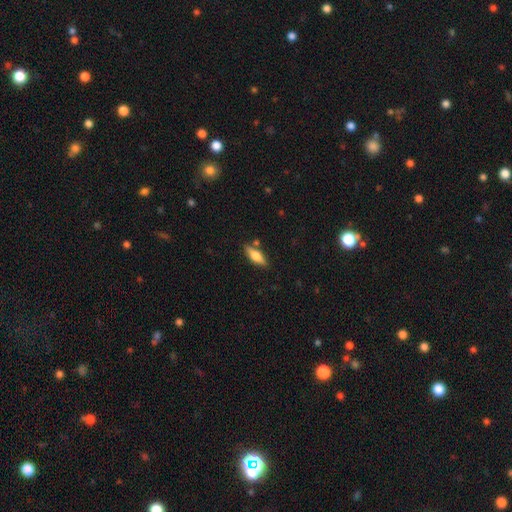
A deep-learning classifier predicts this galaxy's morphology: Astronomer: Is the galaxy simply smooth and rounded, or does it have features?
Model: smooth — 58% (runner-up: featured or disk, 36%).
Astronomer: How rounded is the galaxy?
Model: in between — 53% (runner-up: cigar-shaped, 45%).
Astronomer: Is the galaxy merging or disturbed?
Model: none — 80%.